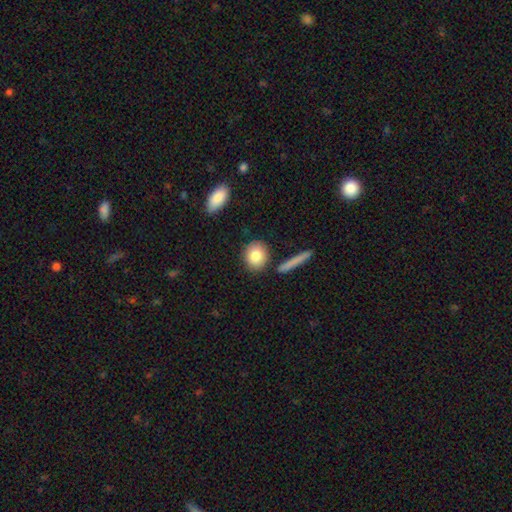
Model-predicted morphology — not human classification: This appears to be a smooth galaxy with no disk features (83%) that is round (66%). Merging: none (81%).